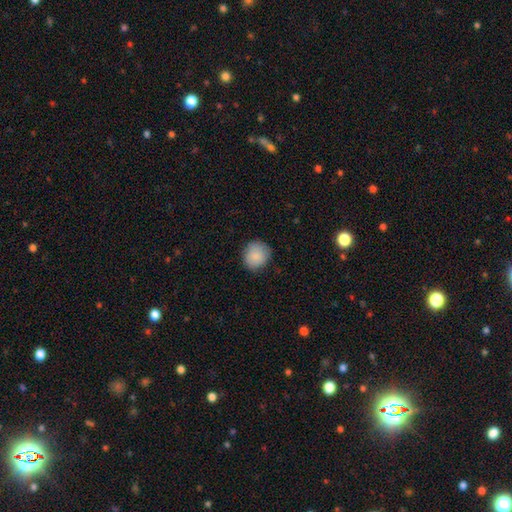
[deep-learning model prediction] Morphology: type=smooth (87%); roundness=round (82%); merging=none (83%).